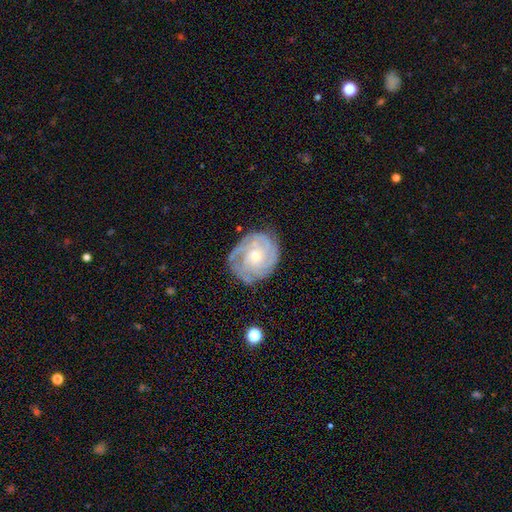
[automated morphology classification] A featured or disk galaxy (83%) with no bar (76%), tight (73%) spiral arms (96%) and a small central bulge (60%). Merging: none (77%).